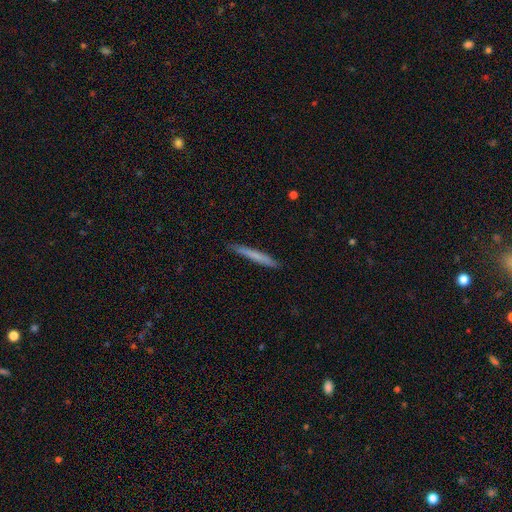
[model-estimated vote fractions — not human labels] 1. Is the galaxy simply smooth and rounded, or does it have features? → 67% smooth, 27% featured or disk, 6% star or artifact.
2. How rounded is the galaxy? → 97% cigar-shaped, 2% in between, 1% round.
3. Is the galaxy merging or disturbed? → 89% none, 8% minor disturbance, 1% major disturbance, 1% merger.